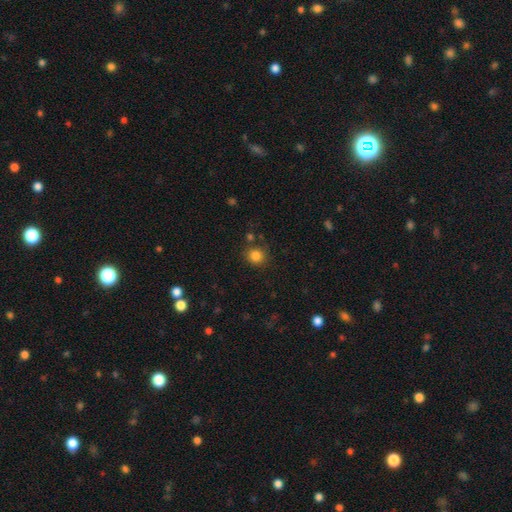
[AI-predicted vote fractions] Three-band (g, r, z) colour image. It shows a smooth galaxy with no disk features (83%) that is round (90%). Merging: none (80%).